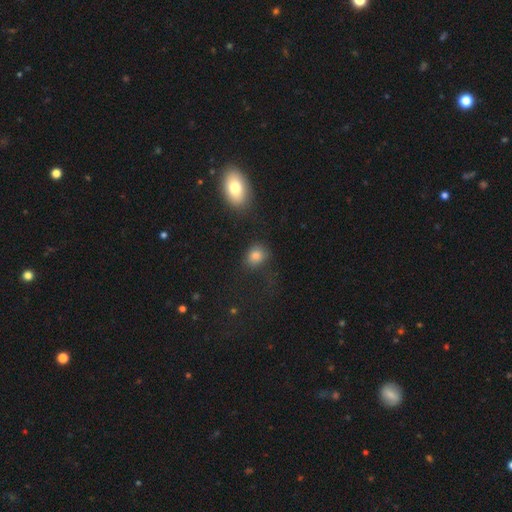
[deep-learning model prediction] smooth_or_featured: smooth (p=0.81) [alt: star or artifact p=0.12]
how_rounded: round (p=0.55) [alt: in between p=0.44]
merging: none (p=0.70) [alt: minor disturbance p=0.17]